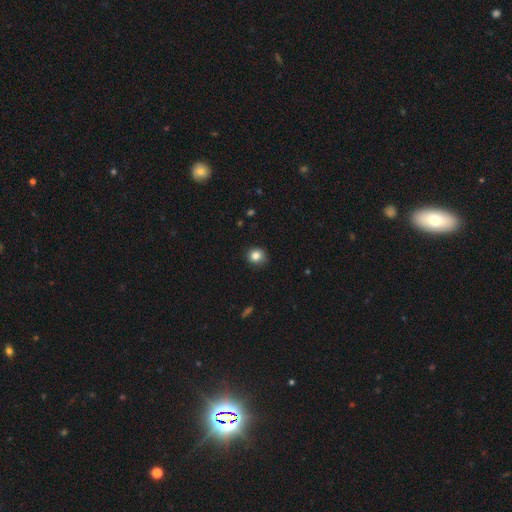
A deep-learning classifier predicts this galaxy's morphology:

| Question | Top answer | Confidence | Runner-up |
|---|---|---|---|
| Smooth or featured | smooth | 84% | star or artifact (11%) |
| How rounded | round | 85% | in between (14%) |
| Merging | none | 84% | minor disturbance (13%) |